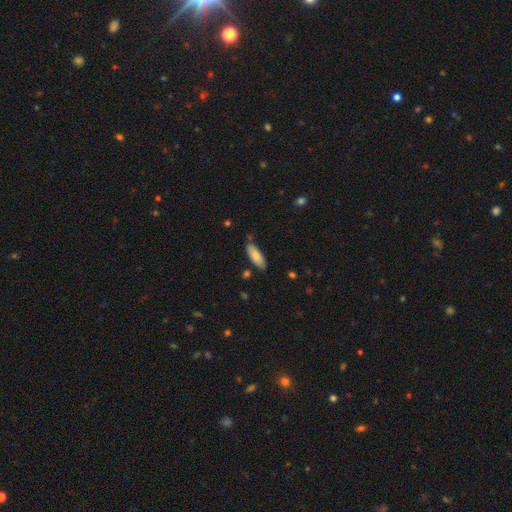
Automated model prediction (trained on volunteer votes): This appears to be a smooth galaxy with no disk features (81%) that is in between round and cigar-shaped (63%). Merging: none (79%).